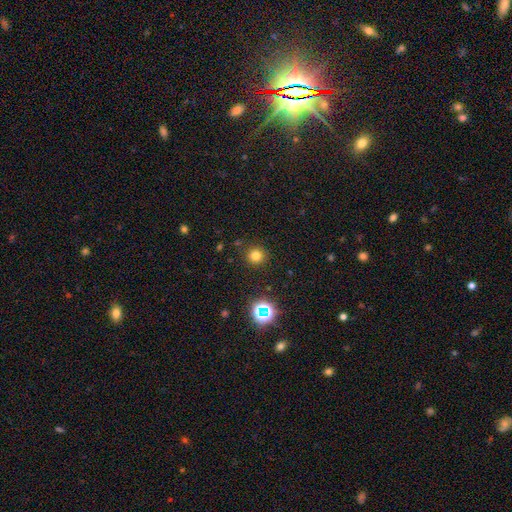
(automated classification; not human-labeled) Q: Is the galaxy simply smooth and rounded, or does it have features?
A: smooth — 74%.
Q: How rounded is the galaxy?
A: round — 94%.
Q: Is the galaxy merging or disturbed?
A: none — 89%.